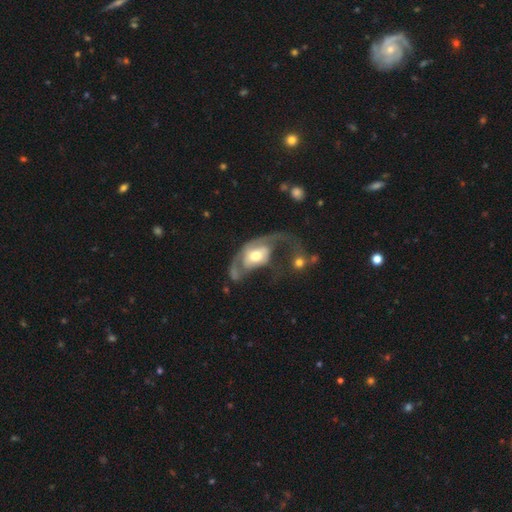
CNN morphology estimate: featured or disk 61%, smooth 33%, star or artifact 6%. Down the decision tree: edge-on disk — no (94%); bar — no (67%); spiral arms — yes (61%); bulge size — moderate (59%); merging — major disturbance (53%).